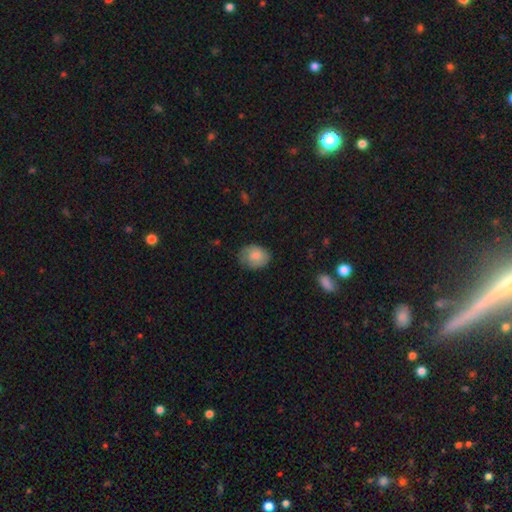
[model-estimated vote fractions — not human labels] Smooth or featured? smooth (77%)
How rounded? in between (54%)
Merging? none (68%)